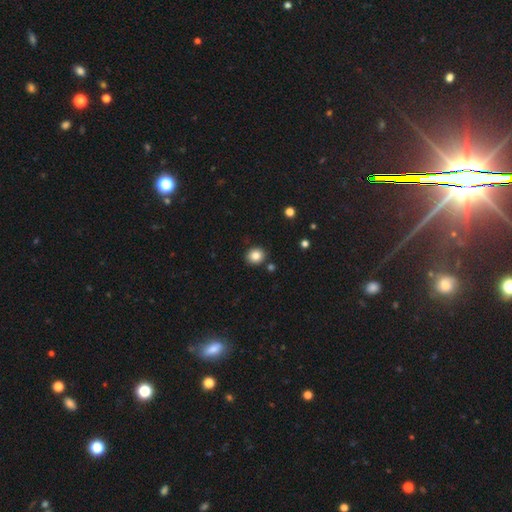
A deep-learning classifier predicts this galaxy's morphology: Smooth or featured? smooth (84%)
How rounded? round (82%)
Merging? none (87%)